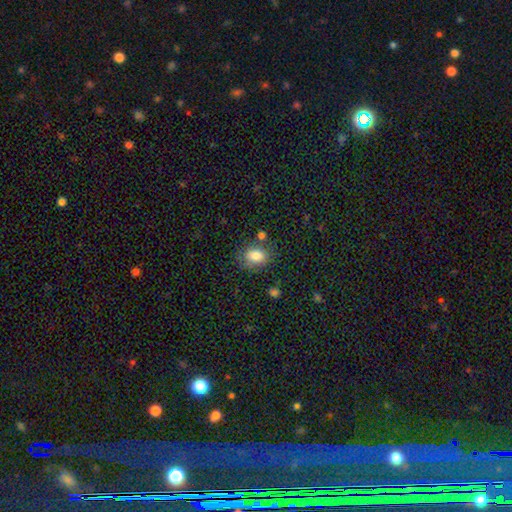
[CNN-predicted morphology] This appears to be a smooth galaxy with no disk features (83%) that is in between round and cigar-shaped (64%). Merging: none (72%).